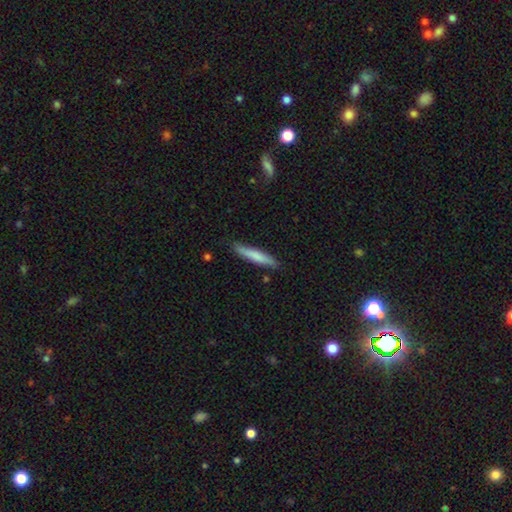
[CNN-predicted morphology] Smooth or featured: smooth — 75% (featured or disk — 20%)
How rounded: cigar-shaped — 91% (in between — 8%)
Merging: none — 84% (minor disturbance — 12%)